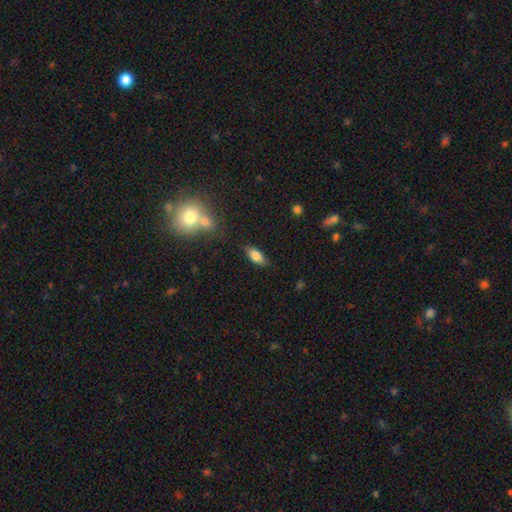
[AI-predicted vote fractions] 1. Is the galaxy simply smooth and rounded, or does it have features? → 78% smooth, 13% featured or disk, 8% star or artifact.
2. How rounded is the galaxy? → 85% in between, 12% cigar-shaped, 4% round.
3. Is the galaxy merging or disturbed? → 80% none, 14% minor disturbance, 3% major disturbance, 3% merger.